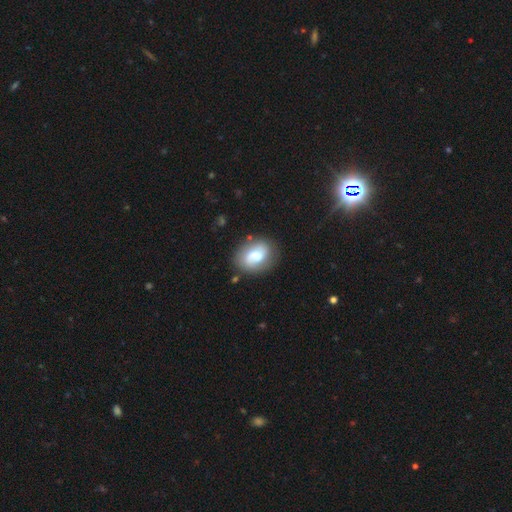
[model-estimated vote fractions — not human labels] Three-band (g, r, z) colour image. It shows a featured or disk galaxy (49%). Merging: none (78%).